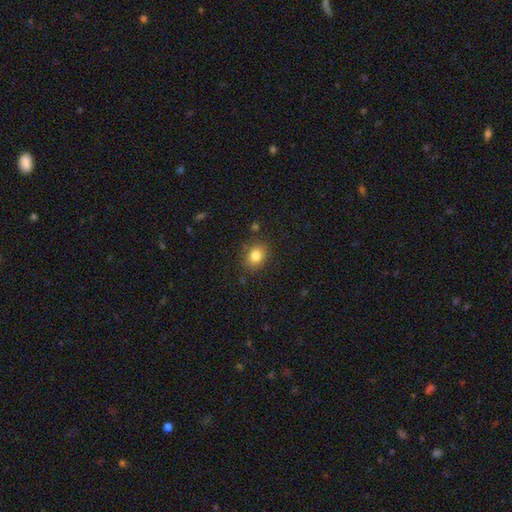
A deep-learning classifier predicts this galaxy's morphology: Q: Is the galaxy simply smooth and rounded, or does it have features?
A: smooth — 82%.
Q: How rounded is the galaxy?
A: round — 54%.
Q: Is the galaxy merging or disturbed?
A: none — 83%.